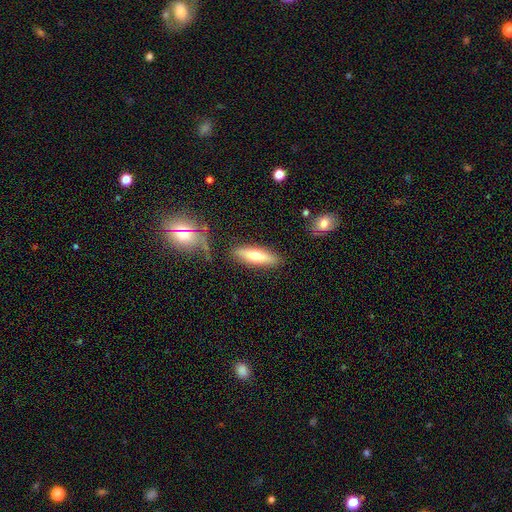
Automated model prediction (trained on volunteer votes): This appears to be a smooth galaxy with no disk features (59%) that is cigar-shaped (63%). Merging: none (84%).